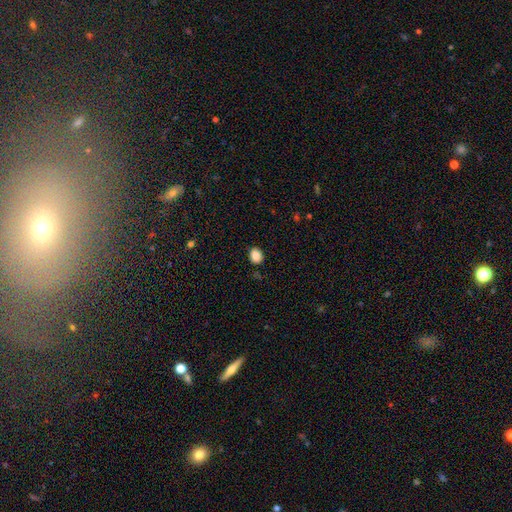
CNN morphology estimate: smooth-or-featured: smooth: 88% | star or artifact: 9% | featured or disk: 3%
  how-rounded: round: 50% | in between: 49% | cigar-shaped: 1%
  merging: none: 87% | minor disturbance: 9% | major disturbance: 2% | merger: 1%